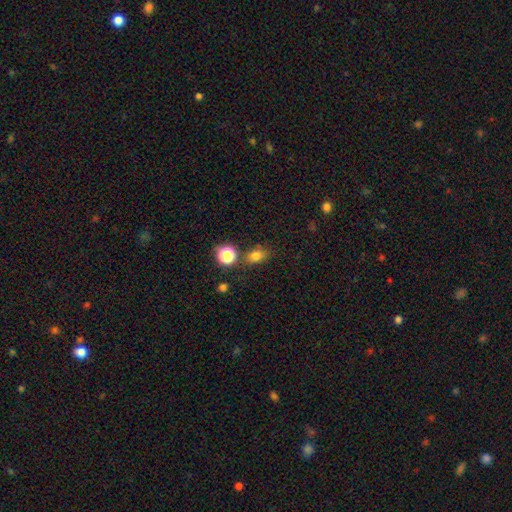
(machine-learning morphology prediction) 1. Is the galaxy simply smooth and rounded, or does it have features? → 76% smooth, 17% star or artifact, 6% featured or disk.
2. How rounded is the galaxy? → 62% in between, 36% round, 2% cigar-shaped.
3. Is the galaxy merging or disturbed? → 73% none, 14% minor disturbance, 9% merger, 4% major disturbance.